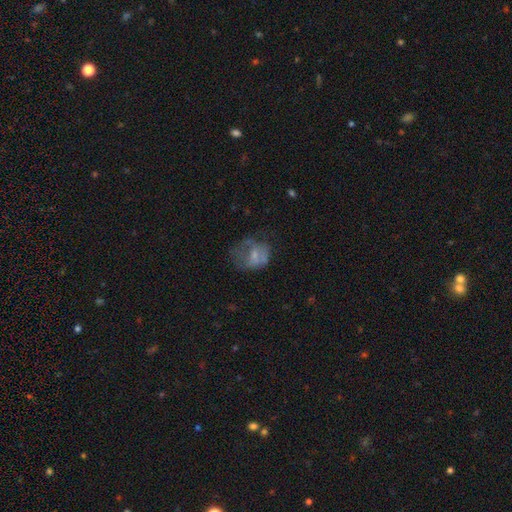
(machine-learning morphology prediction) Smooth or featured: smooth — 52% (featured or disk — 36%)
How rounded: round — 50% (in between — 49%)
Merging: major disturbance — 40% (none — 31%)